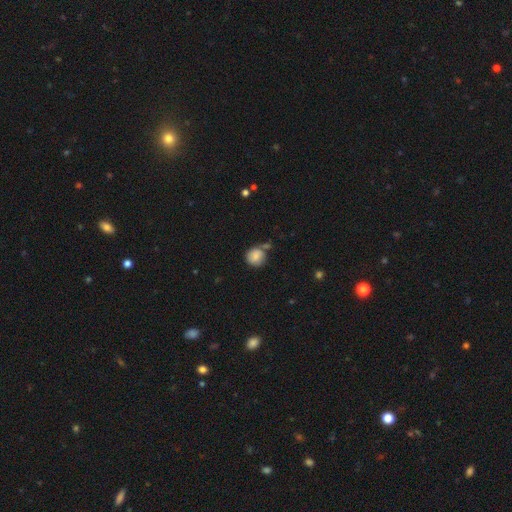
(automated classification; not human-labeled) smooth_or_featured: smooth (p=0.84) [alt: star or artifact p=0.08]
how_rounded: round (p=0.89) [alt: in between p=0.10]
merging: none (p=0.62) [alt: minor disturbance p=0.19]